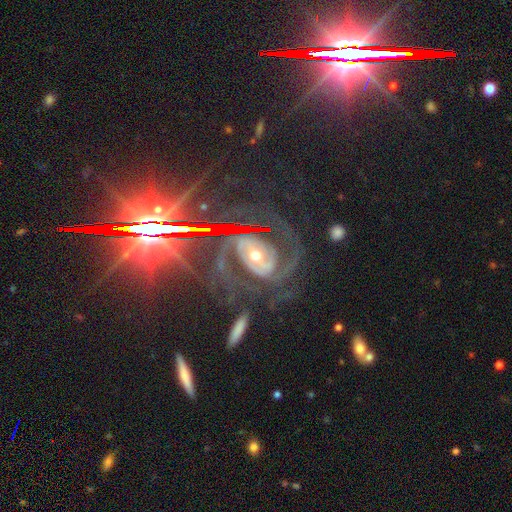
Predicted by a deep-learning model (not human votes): featured or disk 81%, star or artifact 13%, smooth 6%. Down the decision tree: edge-on disk — no (96%); bar — no (40%); spiral arms — yes (95%); spiral arm count — 2 (65%); spiral winding — medium (47%); bulge size — moderate (65%); merging — none (60%).